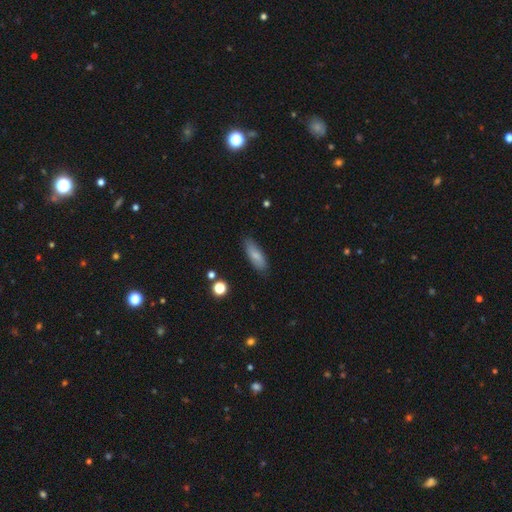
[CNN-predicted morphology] This appears to be a smooth galaxy with no disk features (81%) that is in between round and cigar-shaped (58%). Merging: none (82%).